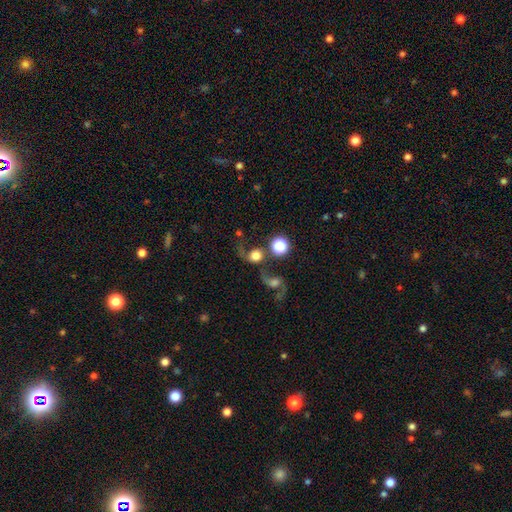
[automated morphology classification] smooth 56%, featured or disk 30%, star or artifact 14%. Down the decision tree: how rounded — round (84%); merging — none (35%).